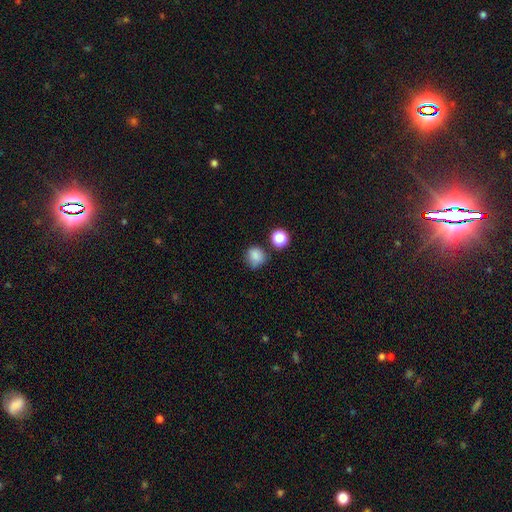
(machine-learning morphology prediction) smooth_or_featured: smooth (p=0.83) [alt: star or artifact p=0.12]
how_rounded: round (p=0.82) [alt: in between p=0.17]
merging: none (p=0.67) [alt: minor disturbance p=0.20]